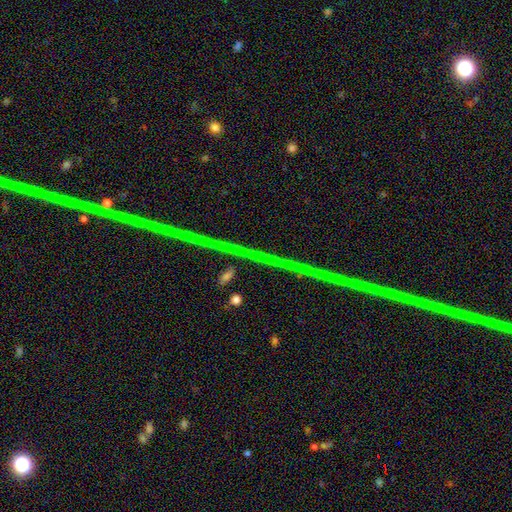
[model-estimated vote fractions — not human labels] A star or artifact, not a galaxy (73%).